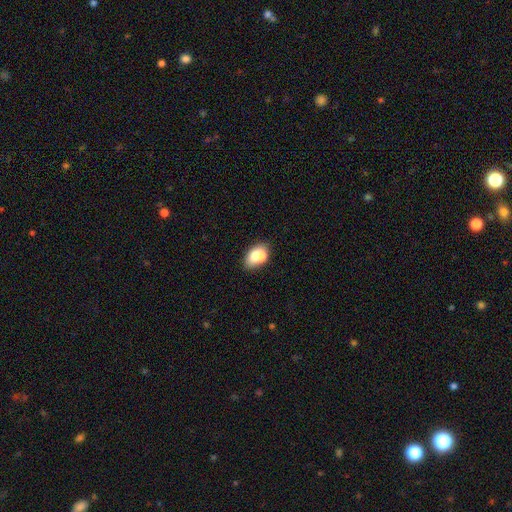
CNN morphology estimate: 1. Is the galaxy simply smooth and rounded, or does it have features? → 72% smooth, 19% featured or disk, 10% star or artifact.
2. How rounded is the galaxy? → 83% in between, 15% round, 2% cigar-shaped.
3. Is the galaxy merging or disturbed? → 42% none, 31% merger, 19% minor disturbance, 8% major disturbance.